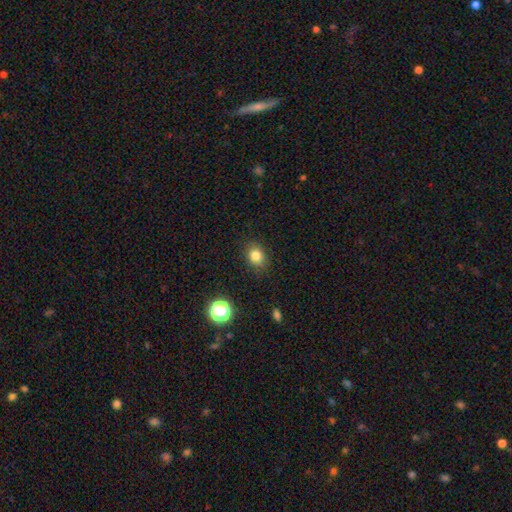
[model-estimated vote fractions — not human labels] Smooth or featured: smooth — 82% (star or artifact — 13%)
How rounded: round — 53% (in between — 45%)
Merging: none — 85% (minor disturbance — 11%)